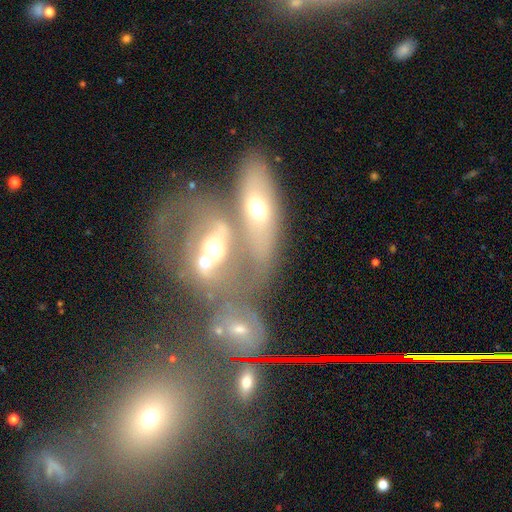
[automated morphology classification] Smooth or featured: featured or disk — 58% (star or artifact — 23%)
Edge-on disk: no — 57% (yes — 43%)
Merging: merger — 39% (none — 36%)